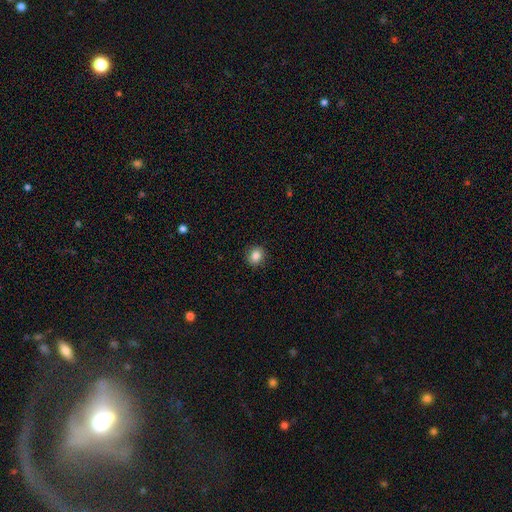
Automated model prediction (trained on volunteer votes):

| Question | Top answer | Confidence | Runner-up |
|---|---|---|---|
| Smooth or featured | smooth | 86% | star or artifact (10%) |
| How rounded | round | 80% | in between (19%) |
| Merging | none | 90% | minor disturbance (7%) |